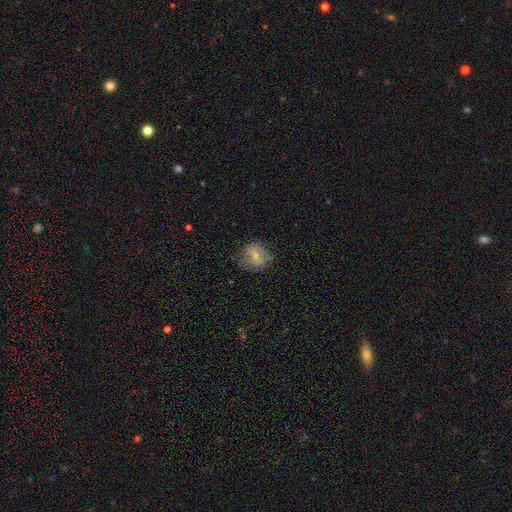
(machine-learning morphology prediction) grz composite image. It shows a smooth galaxy with no disk features (63%) that is round (69%). Merging: none (67%).